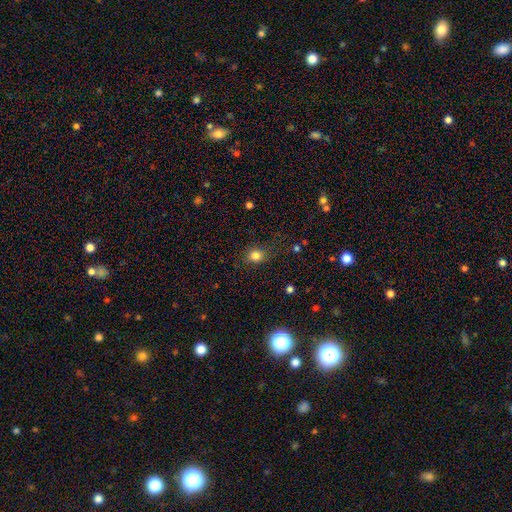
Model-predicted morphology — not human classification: smooth-or-featured: smooth: 81% | star or artifact: 13% | featured or disk: 6%
  how-rounded: round: 66% | in between: 32% | cigar-shaped: 1%
  merging: none: 75% | minor disturbance: 16% | major disturbance: 7% | merger: 2%